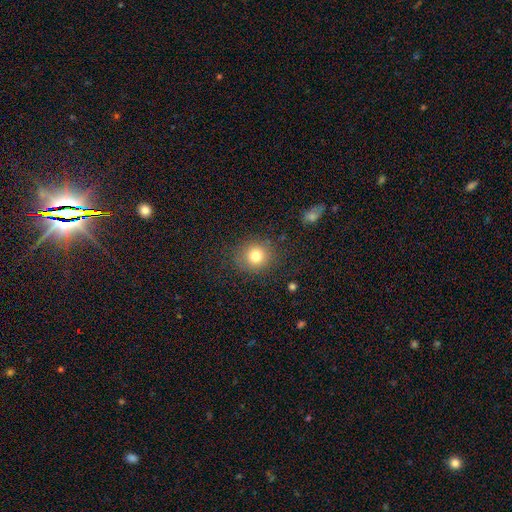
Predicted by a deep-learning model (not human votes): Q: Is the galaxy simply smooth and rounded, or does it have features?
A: smooth — 80%.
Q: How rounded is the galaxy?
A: round — 81%.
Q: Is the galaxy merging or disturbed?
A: none — 83%.